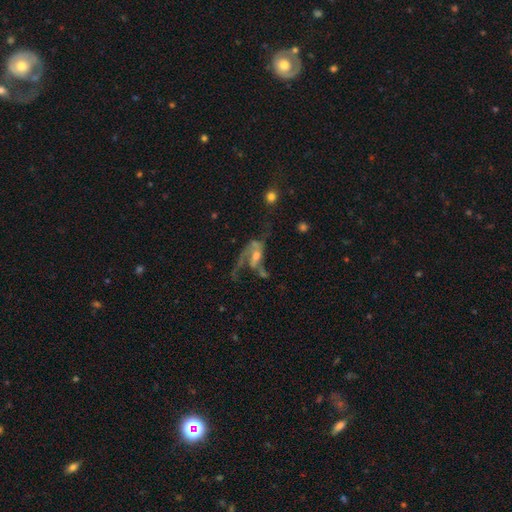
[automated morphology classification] Q: Smooth or featured?
A: featured or disk (70%); runner-up: smooth (18%)
Q: Edge-on disk?
A: no (91%); runner-up: yes (9%)
Q: Bar?
A: no (55%); runner-up: weak (32%)
Q: Spiral arms?
A: yes (70%); runner-up: no (30%)
Q: Bulge size?
A: moderate (47%); runner-up: small (36%)
Q: Merging?
A: major disturbance (43%); runner-up: none (27%)